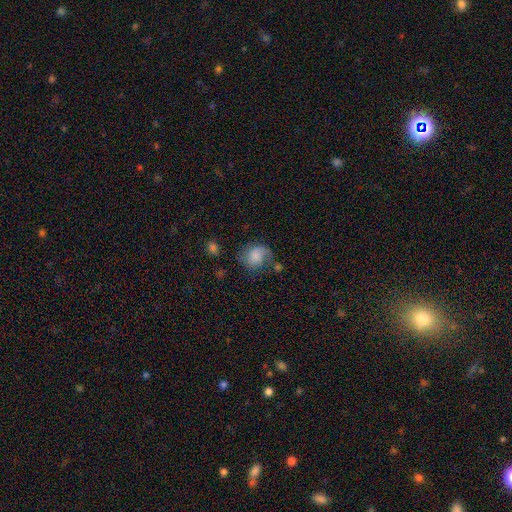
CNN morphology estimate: smooth-or-featured: smooth: 62% | featured or disk: 29% | star or artifact: 10%
  how-rounded: round: 58% | in between: 41% | cigar-shaped: 1%
  merging: none: 47% | minor disturbance: 28% | major disturbance: 20% | merger: 6%